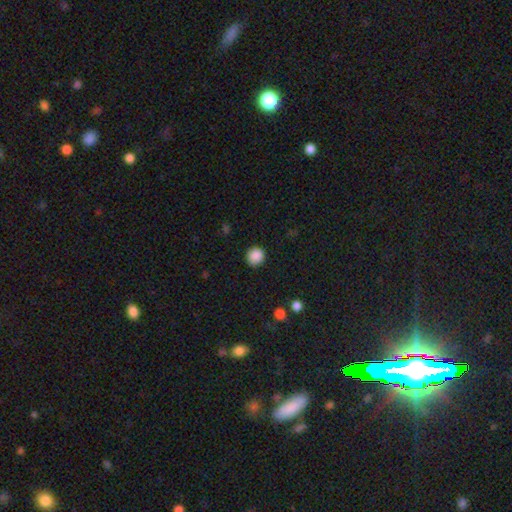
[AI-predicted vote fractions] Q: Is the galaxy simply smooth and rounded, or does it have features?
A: smooth — 88%.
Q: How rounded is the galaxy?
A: round — 91%.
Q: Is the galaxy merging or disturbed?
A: none — 89%.